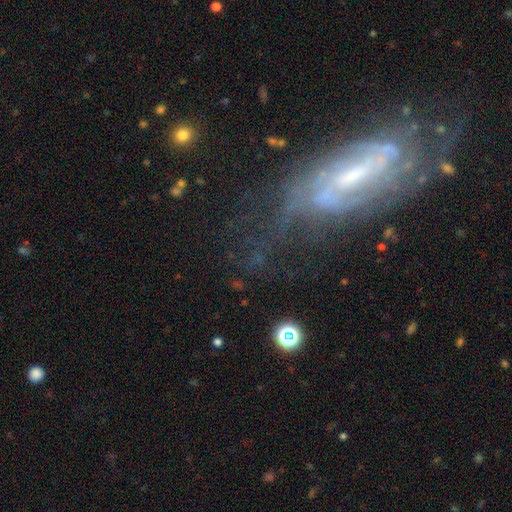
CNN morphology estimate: smooth_or_featured: featured or disk (p=0.65) [alt: smooth p=0.19]
disk_edge_on: no (p=0.83) [alt: yes p=0.17]
bar: weak (p=0.40) [alt: no p=0.36]
has_spiral_arms: yes (p=0.66) [alt: no p=0.34]
bulge_size: small (p=0.38) [alt: moderate p=0.36]
merging: none (p=0.51) [alt: major disturbance p=0.24]